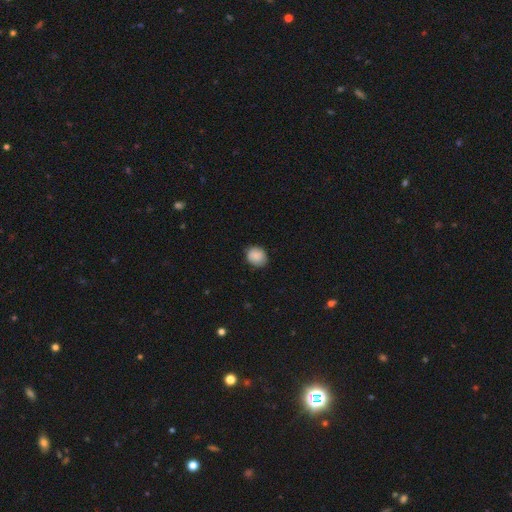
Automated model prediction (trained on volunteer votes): The model was most divided on "how rounded": round: 70%, in between: 29%, cigar-shaped: 1%. More confident: smooth or featured — smooth (89%); merging — none (83%).